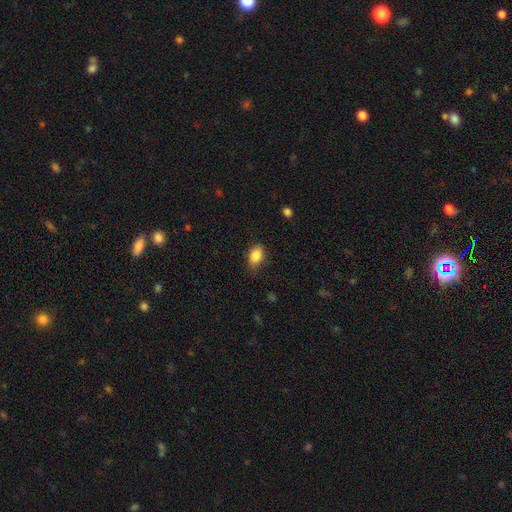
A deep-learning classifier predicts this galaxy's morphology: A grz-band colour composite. It shows a smooth galaxy with no disk features (85%) that is in between round and cigar-shaped (84%). Merging: none (77%).